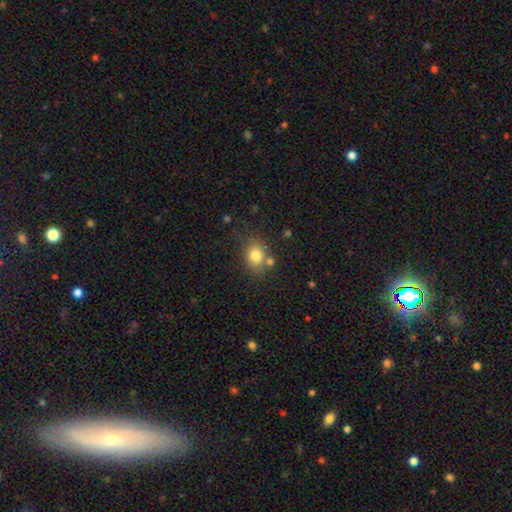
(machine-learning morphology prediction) Smooth or featured: smooth — 79% (star or artifact — 11%)
How rounded: in between — 50% (round — 49%)
Merging: none — 68% (minor disturbance — 15%)